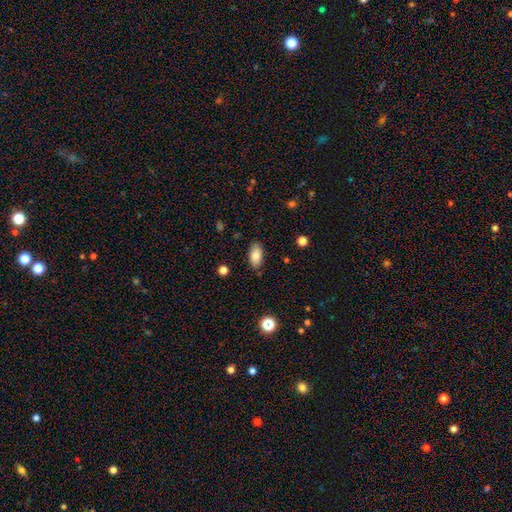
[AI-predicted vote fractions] smooth_or_featured: smooth (p=0.82) [alt: featured or disk p=0.10]
how_rounded: in between (p=0.92) [alt: cigar-shaped p=0.05]
merging: none (p=0.85) [alt: minor disturbance p=0.11]